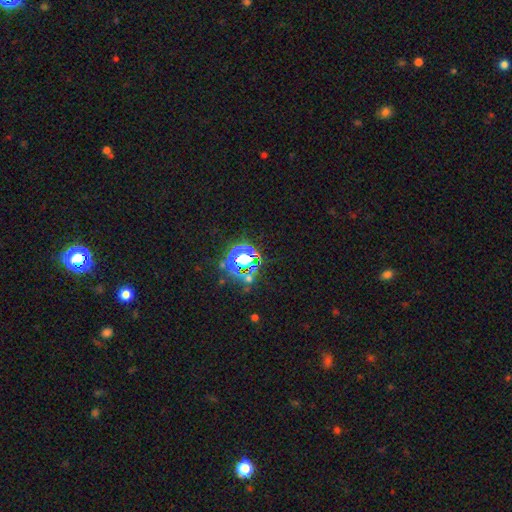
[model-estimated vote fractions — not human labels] Smooth or featured?
  - star or artifact: 79% *
  - smooth: 14%
  - featured or disk: 7%